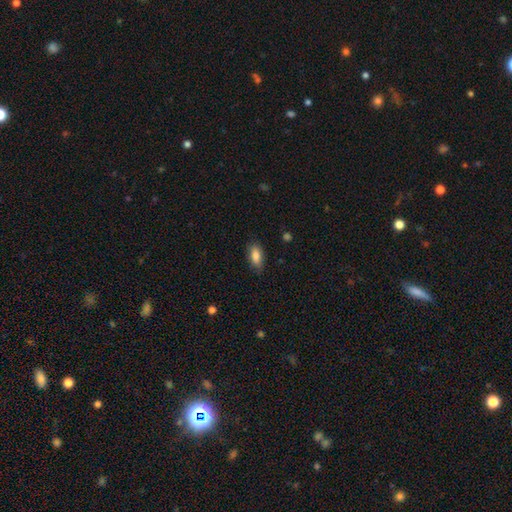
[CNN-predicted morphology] Overall: smooth (84%). How rounded: in between (85%). Merging: none (82%).